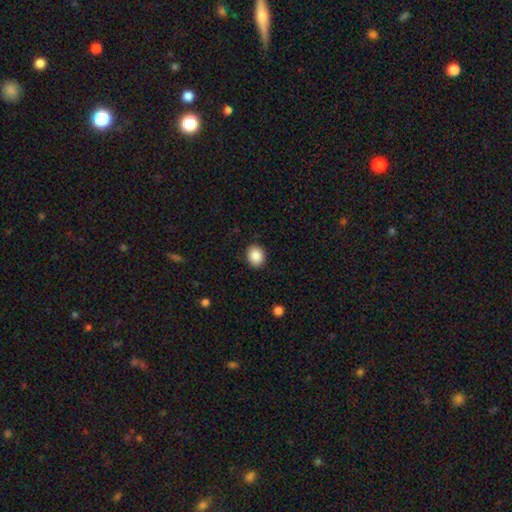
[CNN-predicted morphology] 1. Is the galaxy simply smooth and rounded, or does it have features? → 88% smooth, 8% star or artifact, 4% featured or disk.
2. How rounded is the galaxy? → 64% round, 35% in between, 1% cigar-shaped.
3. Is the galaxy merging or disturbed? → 89% none, 7% minor disturbance, 2% major disturbance, 1% merger.